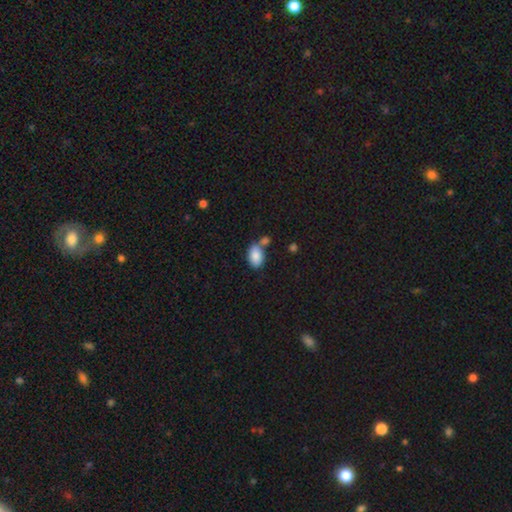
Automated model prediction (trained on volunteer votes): Overall: smooth (86%). How rounded: in between (90%). Merging: none (47%; merger 32%).